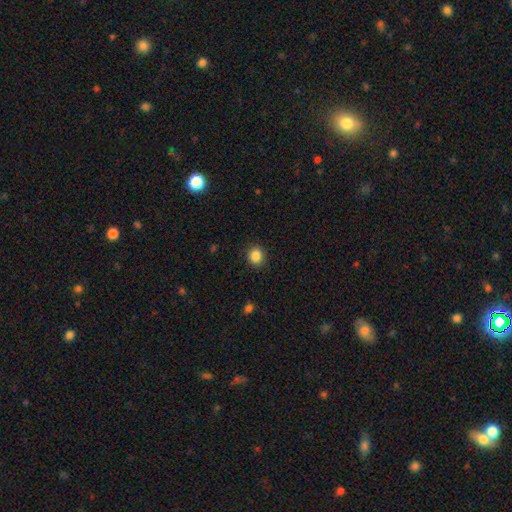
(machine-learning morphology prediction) Smooth or featured? smooth (86%)
How rounded? round (80%)
Merging? none (90%)